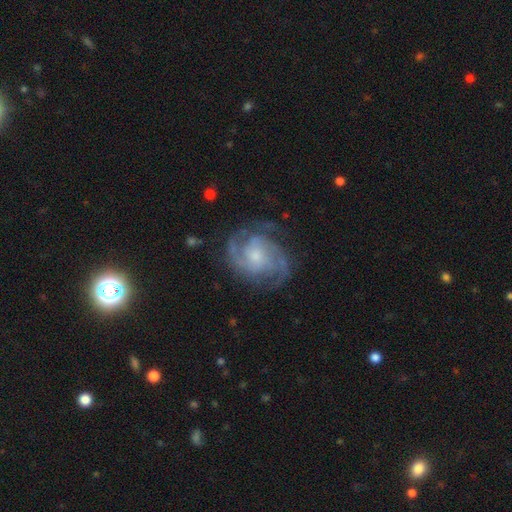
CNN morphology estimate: Smooth or featured?
  - featured or disk: 89% *
  - smooth: 6%
  - star or artifact: 5%
Edge-on disk?
  - no: 98% *
  - yes: 2%
Bar?
  - no: 59% *
  - weak: 35%
  - strong: 6%
Spiral arms?
  - yes: 97% *
  - no: 3%
Spiral winding?
  - medium: 46% *
  - tight: 45%
  - loose: 9%
Spiral arm count?
  - 2: 47% *
  - 3: 26%
  - can't tell: 13%
  - 4: 6%
  - 1: 4%
  - more than 4: 4%
Bulge size?
  - small: 48% *
  - moderate: 41%
  - none: 5%
  - large: 4%
  - dominant: 1%
Merging?
  - none: 74% *
  - minor disturbance: 17%
  - major disturbance: 8%
  - merger: 1%